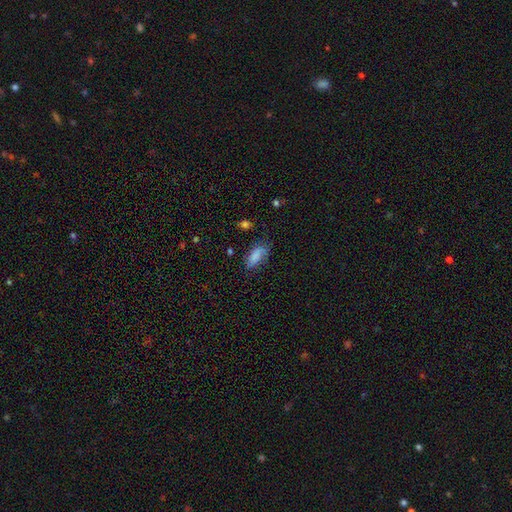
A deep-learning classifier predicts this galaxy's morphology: The model was most divided on "merging": none: 59%, minor disturbance: 28%, major disturbance: 11%, merger: 3%. More confident: how rounded — in between (84%); smooth or featured — smooth (77%).